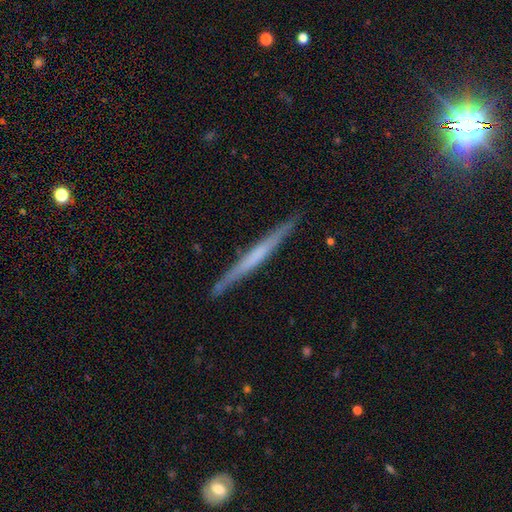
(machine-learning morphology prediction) type=featured or disk (59%); edge-on=yes (97%); edge-on bulge=none (76%); merging=none (89%).